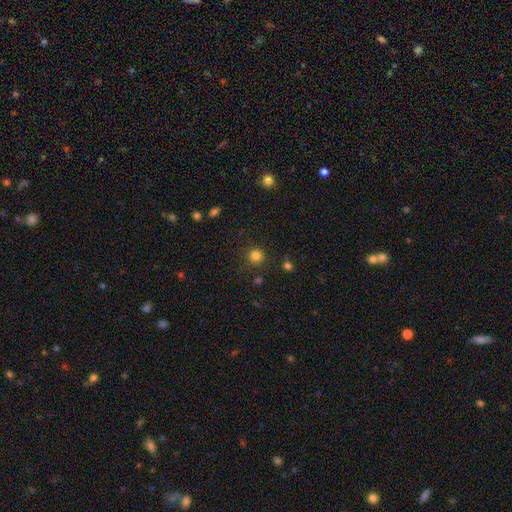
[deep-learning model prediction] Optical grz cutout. It shows a smooth galaxy with no disk features (81%) that is round (94%). Merging: none (88%).